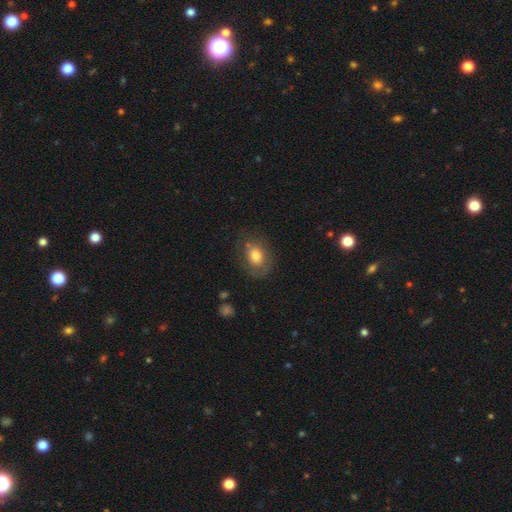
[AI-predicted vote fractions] smooth_or_featured: smooth (p=0.72) [alt: featured or disk p=0.20]
how_rounded: in between (p=0.62) [alt: round p=0.36]
merging: none (p=0.69) [alt: minor disturbance p=0.19]